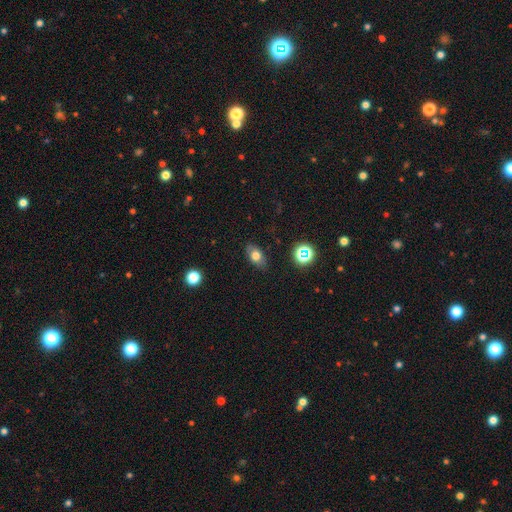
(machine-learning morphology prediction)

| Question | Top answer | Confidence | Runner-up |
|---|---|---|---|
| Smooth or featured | smooth | 71% | featured or disk (17%) |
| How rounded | in between | 84% | round (12%) |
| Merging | none | 85% | minor disturbance (11%) |